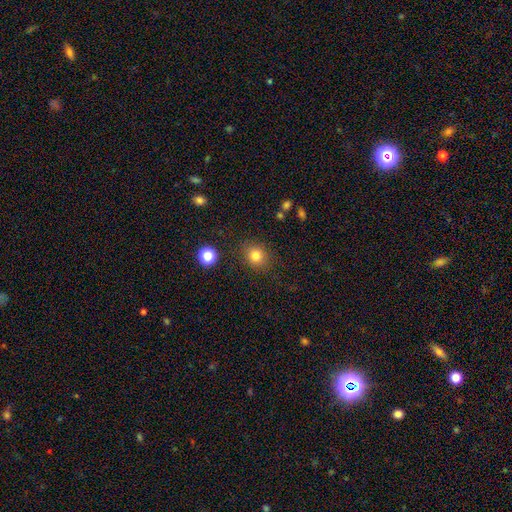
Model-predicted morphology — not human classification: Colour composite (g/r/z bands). It shows a smooth galaxy with no disk features (81%) that is round (75%). Merging: none (86%).